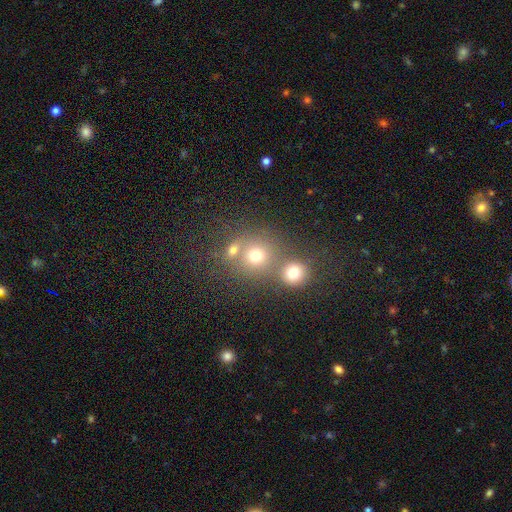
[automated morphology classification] Smooth or featured? Predicted: smooth (p=0.72). How rounded? Predicted: round (p=0.85). Merging? Predicted: none (p=0.50).